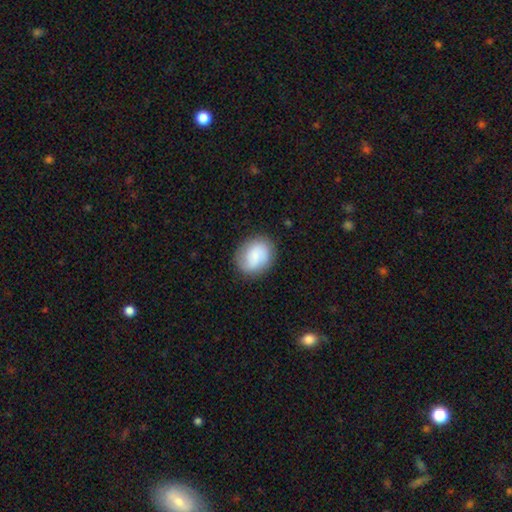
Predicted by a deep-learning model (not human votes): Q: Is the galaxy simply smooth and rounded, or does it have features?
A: smooth — 63%.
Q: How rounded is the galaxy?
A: round — 56%.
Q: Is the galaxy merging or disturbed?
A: none — 80%.